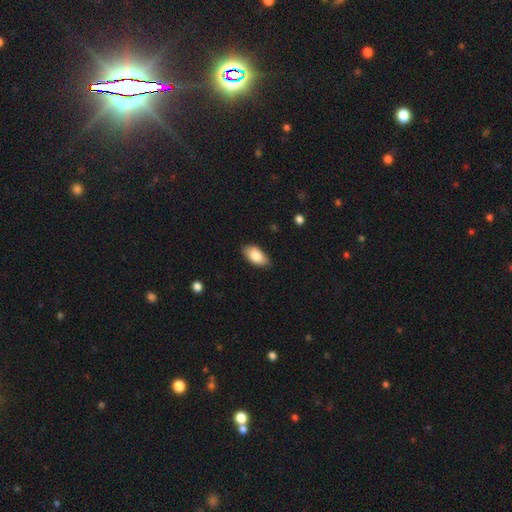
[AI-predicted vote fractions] This appears to be a smooth galaxy with no disk features (84%) that is in between round and cigar-shaped (93%). Merging: none (83%).